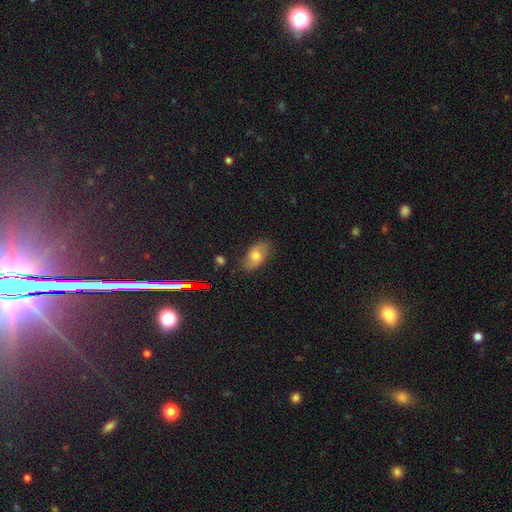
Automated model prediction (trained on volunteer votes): Overall: smooth (66%). How rounded: in between (91%). Merging: none (77%).